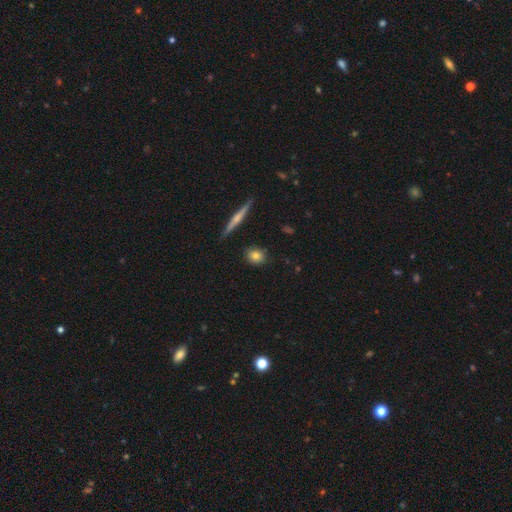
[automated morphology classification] smooth 76%, featured or disk 15%, star or artifact 9%. Down the decision tree: how rounded — round (67%); merging — none (85%).